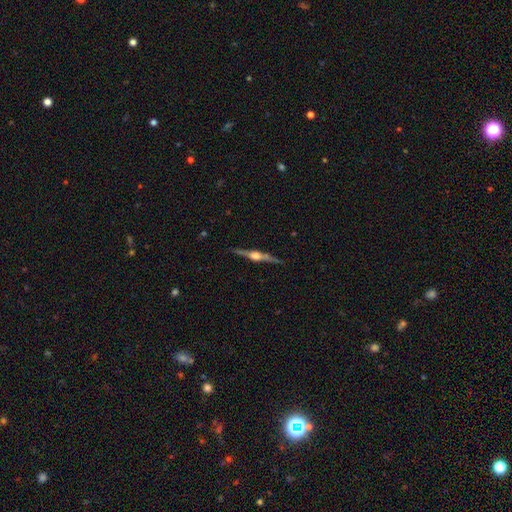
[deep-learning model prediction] featured or disk 85%, smooth 9%, star or artifact 5%. Down the decision tree: edge-on disk — yes (98%); edge-on bulge — rounded (90%); merging — none (89%).